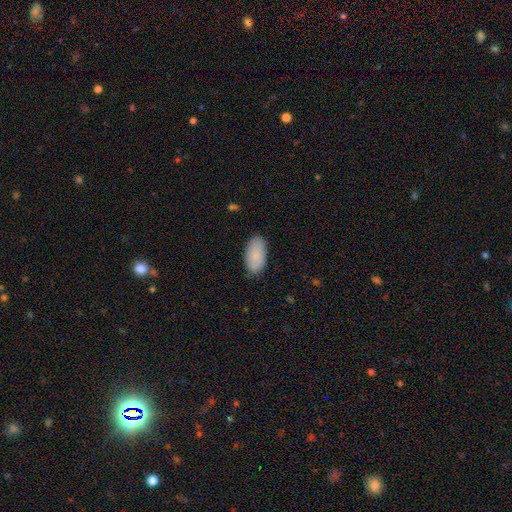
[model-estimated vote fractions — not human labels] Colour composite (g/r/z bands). It shows a smooth galaxy with no disk features (87%) that is in between round and cigar-shaped (95%). Merging: none (85%).